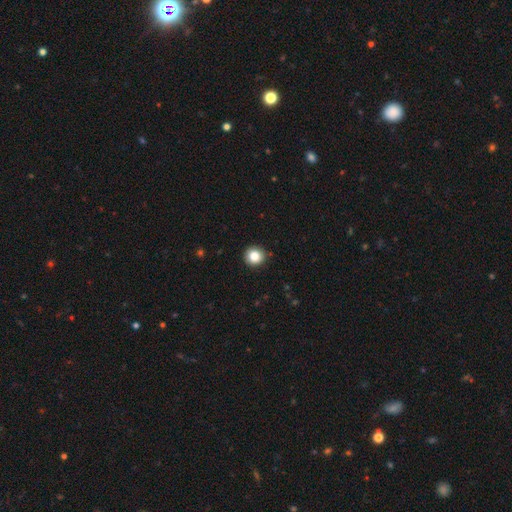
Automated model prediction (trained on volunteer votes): Q: Smooth or featured?
A: smooth (85%); runner-up: star or artifact (10%)
Q: How rounded?
A: round (94%); runner-up: in between (5%)
Q: Merging?
A: none (91%); runner-up: minor disturbance (6%)